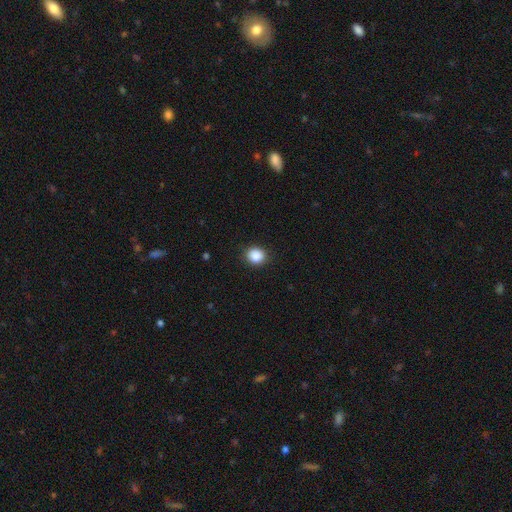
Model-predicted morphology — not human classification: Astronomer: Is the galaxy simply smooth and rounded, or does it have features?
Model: smooth — 88%.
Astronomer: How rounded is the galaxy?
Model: round — 78%.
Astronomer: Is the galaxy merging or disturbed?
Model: none — 88%.